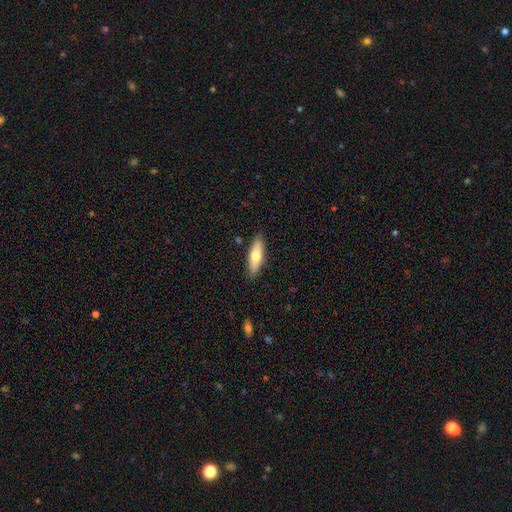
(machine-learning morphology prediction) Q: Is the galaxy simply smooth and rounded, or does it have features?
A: smooth — 64%.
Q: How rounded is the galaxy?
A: cigar-shaped — 51%.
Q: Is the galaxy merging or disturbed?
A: none — 87%.